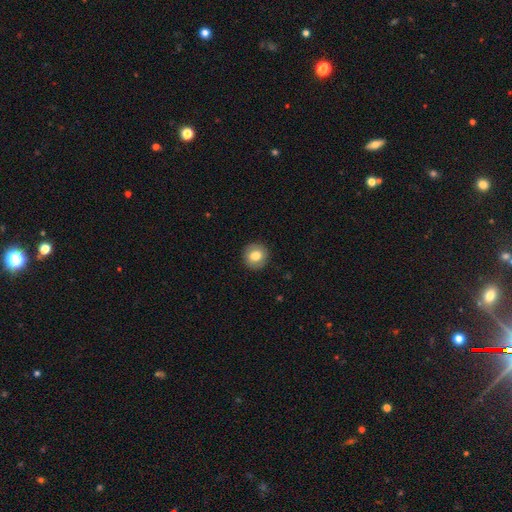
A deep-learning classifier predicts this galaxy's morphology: Smooth or featured? Predicted: smooth (p=0.79). How rounded? Predicted: round (p=0.89). Merging? Predicted: none (p=0.90).